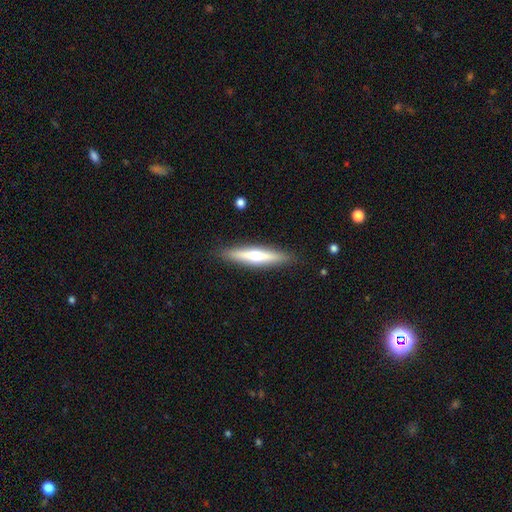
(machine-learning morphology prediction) A featured or disk galaxy (53%) viewed edge-on (93%). Merging: none (89%).